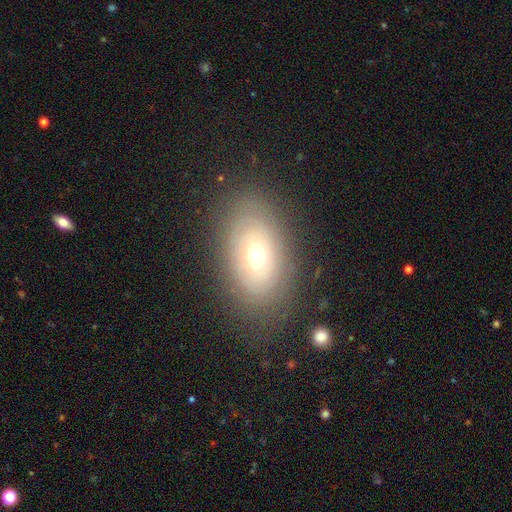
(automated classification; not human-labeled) smooth-or-featured: smooth: 47% | featured or disk: 43% | star or artifact: 11%
  merging: none: 80% | minor disturbance: 13% | major disturbance: 5% | merger: 1%